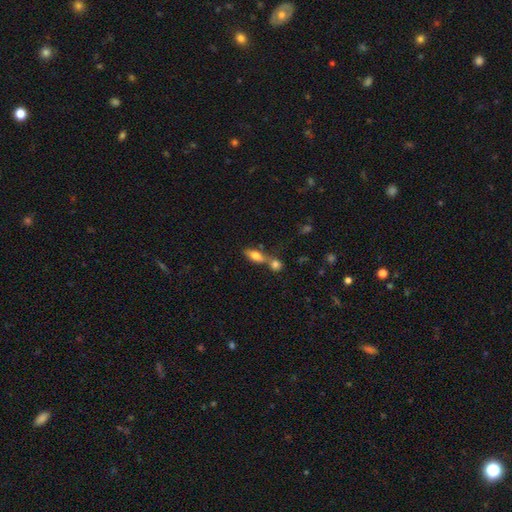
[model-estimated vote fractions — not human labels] smooth 73%, featured or disk 18%, star or artifact 9%. Down the decision tree: how rounded — in between (76%); merging — merger (43%).